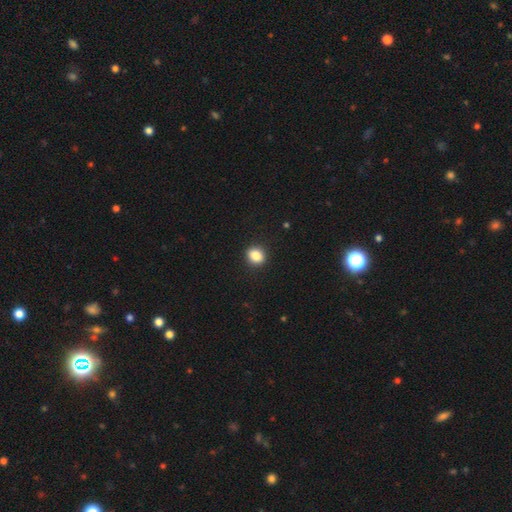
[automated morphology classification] A smooth galaxy with no disk features (86%) that is round (59%). Merging: none (91%).